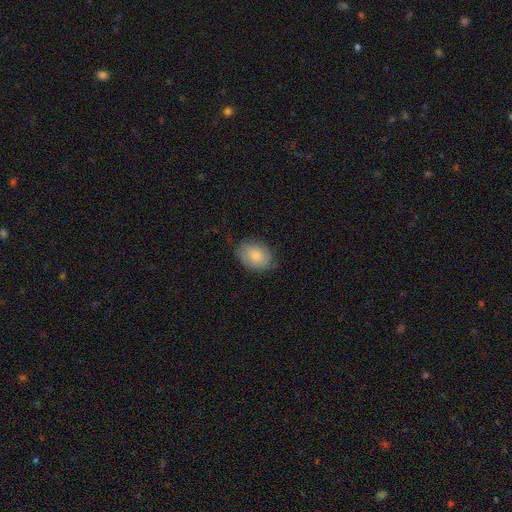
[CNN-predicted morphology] Smooth or featured?
  - smooth: 81% *
  - featured or disk: 12%
  - star or artifact: 7%
How rounded?
  - in between: 67% *
  - round: 32%
  - cigar-shaped: 1%
Merging?
  - none: 77% *
  - minor disturbance: 19%
  - major disturbance: 4%
  - merger: 1%